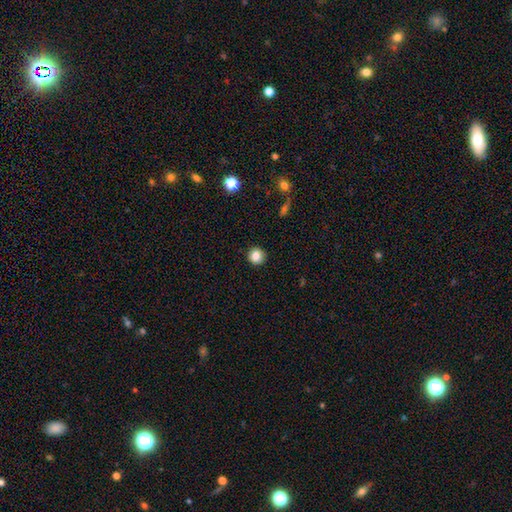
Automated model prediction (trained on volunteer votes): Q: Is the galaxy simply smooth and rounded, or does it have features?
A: smooth — 85%.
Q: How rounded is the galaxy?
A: round — 92%.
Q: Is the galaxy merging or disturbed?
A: none — 92%.